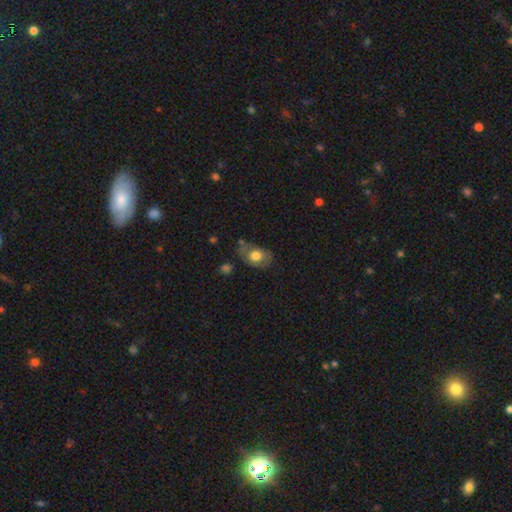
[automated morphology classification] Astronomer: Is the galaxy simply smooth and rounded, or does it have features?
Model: smooth — 64%.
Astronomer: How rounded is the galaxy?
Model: in between — 79%.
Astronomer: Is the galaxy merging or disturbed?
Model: none — 52% (runner-up: minor disturbance, 29%).